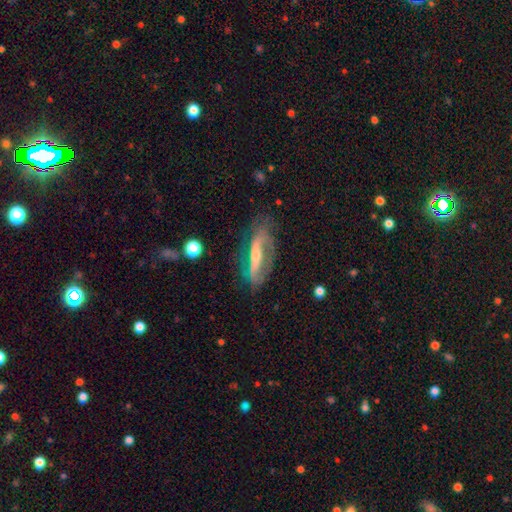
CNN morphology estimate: smooth-or-featured: featured or disk: 75% | smooth: 18% | star or artifact: 7%
  disk-edge-on: no: 71% | yes: 29%
    bar: strong: 53% | weak: 26% | no: 21%
    has-spiral-arms: yes: 76% | no: 24%
    bulge-size: small: 45% (tied) | moderate: 45% (tied) | large: 5% | none: 4% | dominant: 1%
  merging: none: 63% | minor disturbance: 21% | major disturbance: 14% | merger: 2%